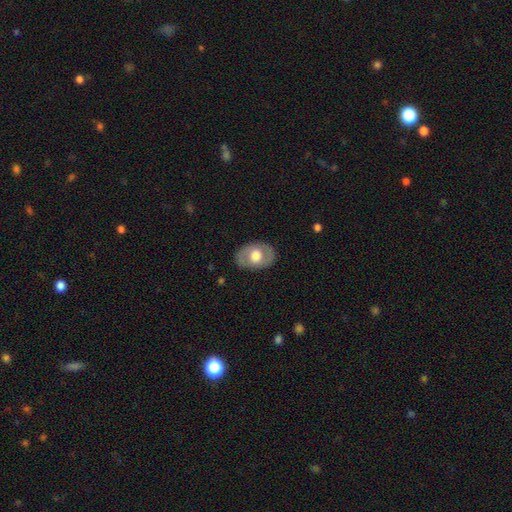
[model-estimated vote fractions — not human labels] A smooth galaxy with no disk features (47%, tied with featured or disk). Merging: none (82%).